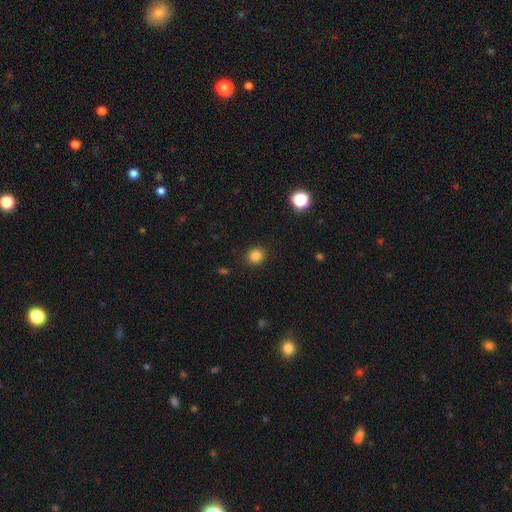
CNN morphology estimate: A smooth galaxy with no disk features (83%) that is round (80%).

Vote fractions:
- Smooth or featured? smooth: 83% / star or artifact: 12% / featured or disk: 5%
- How rounded? round: 80% / in between: 19% / cigar-shaped: 1%
- Merging? none: 89% / minor disturbance: 7% / major disturbance: 2% / merger: 1%